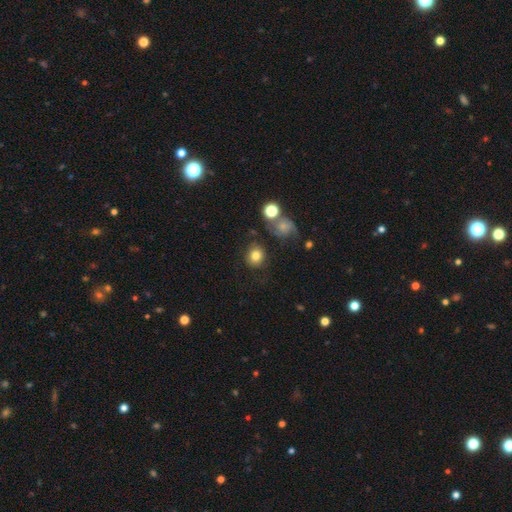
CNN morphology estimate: Smooth or featured: smooth — 80% (star or artifact — 11%)
How rounded: round — 78% (in between — 21%)
Merging: none — 74% (minor disturbance — 14%)